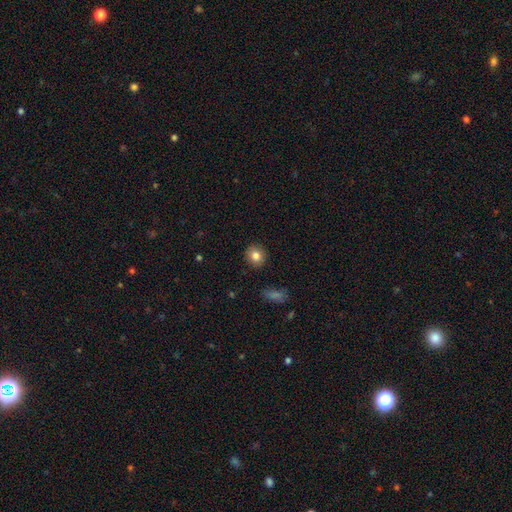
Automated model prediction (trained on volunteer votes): Smooth or featured? Predicted: smooth (p=0.83). How rounded? Predicted: round (p=0.82). Merging? Predicted: none (p=0.90).